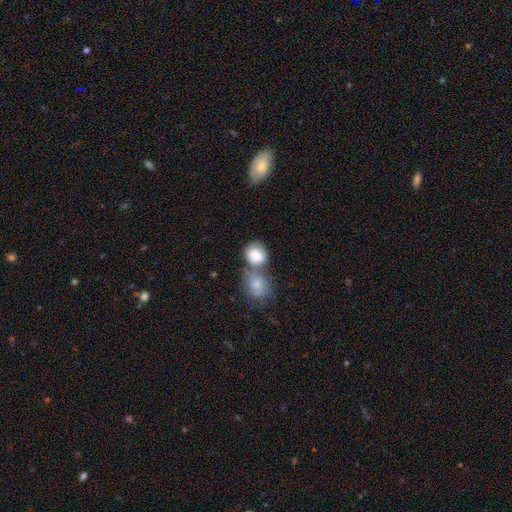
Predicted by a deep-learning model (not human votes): smooth_or_featured: smooth (p=0.82) [alt: featured or disk p=0.11]
how_rounded: round (p=0.61) [alt: in between p=0.38]
merging: merger (p=0.56) [alt: none p=0.28]